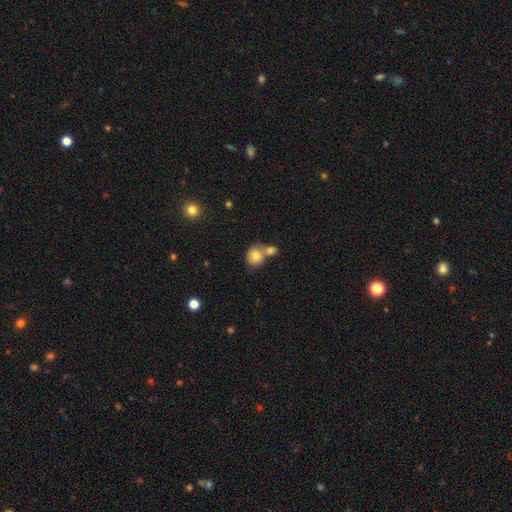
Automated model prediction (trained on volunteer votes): Smooth or featured?
  - smooth: 78% *
  - featured or disk: 13%
  - star or artifact: 9%
How rounded?
  - round: 72% *
  - in between: 27%
  - cigar-shaped: 1%
Merging?
  - merger: 49% *
  - none: 38%
  - minor disturbance: 10%
  - major disturbance: 4%